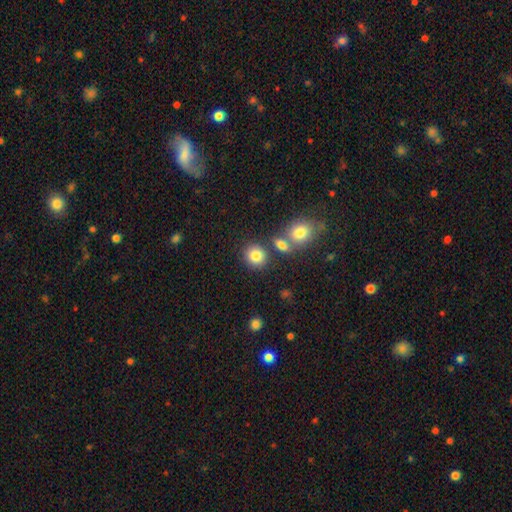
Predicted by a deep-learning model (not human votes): Smooth or featured? smooth (83%)
How rounded? round (79%)
Merging? none (72%)